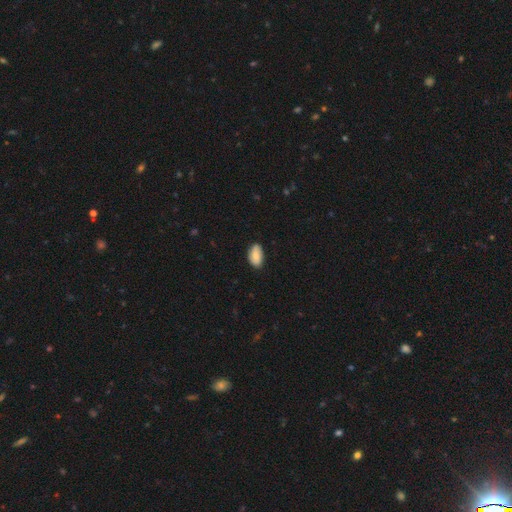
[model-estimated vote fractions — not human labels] This is likely a smooth galaxy (77%). How rounded: clearly in between (93%). Merging: likely none (79%).